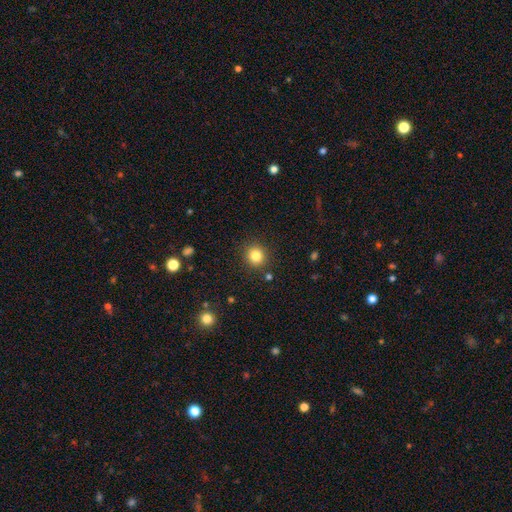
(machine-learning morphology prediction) Smooth or featured?
  - smooth: 82% *
  - star or artifact: 12%
  - featured or disk: 6%
How rounded?
  - round: 90% *
  - in between: 9%
  - cigar-shaped: 1%
Merging?
  - none: 89% *
  - minor disturbance: 6%
  - major disturbance: 2%
  - merger: 2%